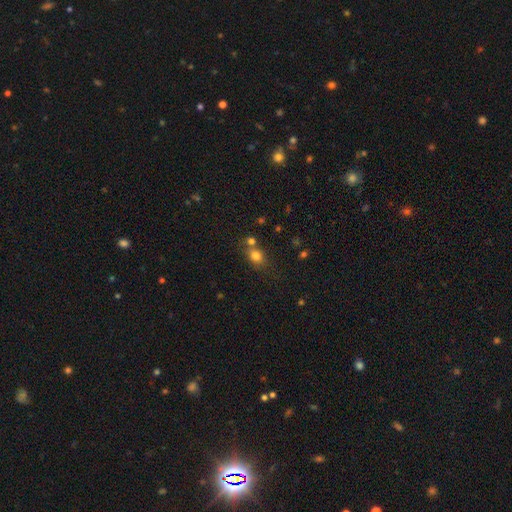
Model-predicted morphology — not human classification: Smooth or featured? smooth (78%)
How rounded? round (59%)
Merging? none (55%)